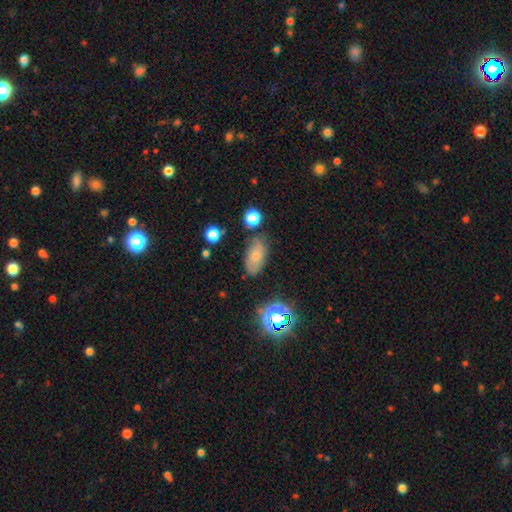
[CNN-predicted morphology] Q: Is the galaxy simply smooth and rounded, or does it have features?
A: smooth — 67%.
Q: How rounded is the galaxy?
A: in between — 89%.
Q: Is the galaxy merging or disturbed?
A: none — 68%.